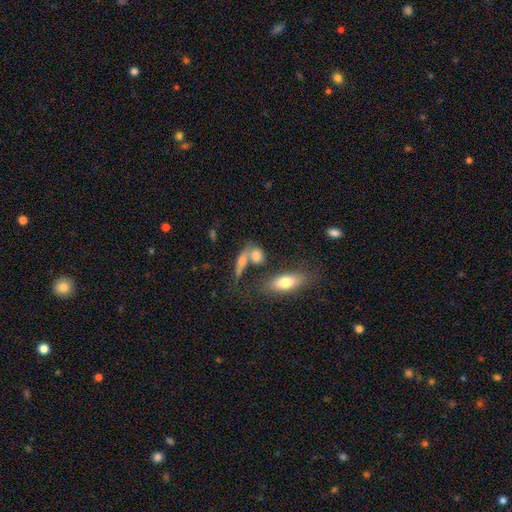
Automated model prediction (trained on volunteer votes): A smooth galaxy with no disk features (74%) that is in between round and cigar-shaped (57%). Merging: merger (42%).